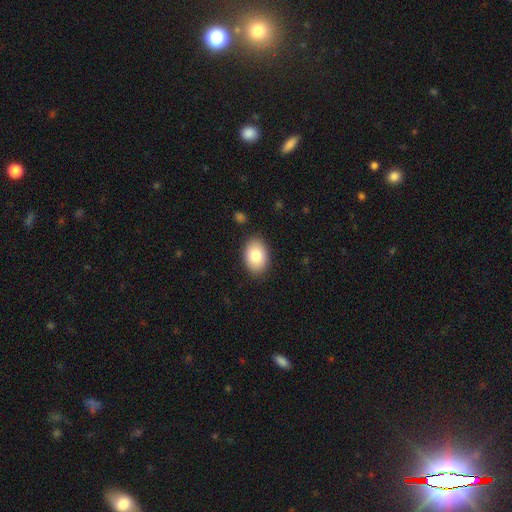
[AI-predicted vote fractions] smooth-or-featured: smooth: 83% | featured or disk: 10% | star or artifact: 7%
  how-rounded: in between: 84% | round: 15% | cigar-shaped: 1%
  merging: none: 87% | minor disturbance: 10% | major disturbance: 2% | merger: 1%